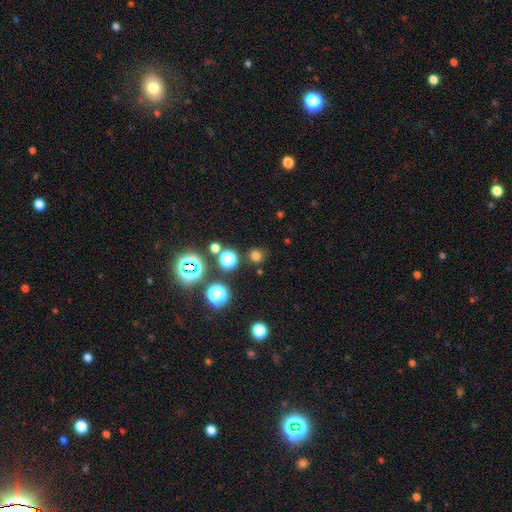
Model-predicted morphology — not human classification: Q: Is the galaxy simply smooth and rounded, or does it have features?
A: smooth — 67%.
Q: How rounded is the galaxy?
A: round — 89%.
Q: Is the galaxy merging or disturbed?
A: none — 83%.